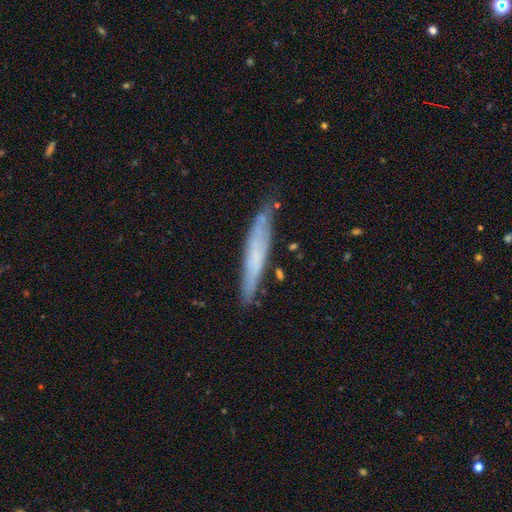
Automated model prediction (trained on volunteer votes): smooth-or-featured: smooth: 51% | featured or disk: 42% | star or artifact: 7%
  how-rounded: cigar-shaped: 92% | in between: 6% | round: 1%
  merging: none: 75% | minor disturbance: 19% | major disturbance: 3% | merger: 3%